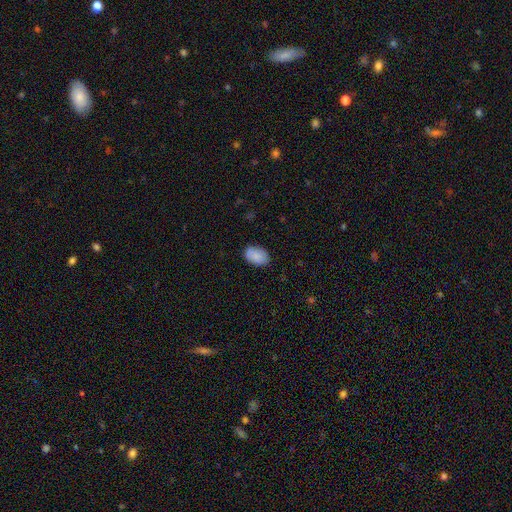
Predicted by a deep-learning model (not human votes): A smooth galaxy with no disk features (87%) that is in between round and cigar-shaped (89%). Merging: none (83%).